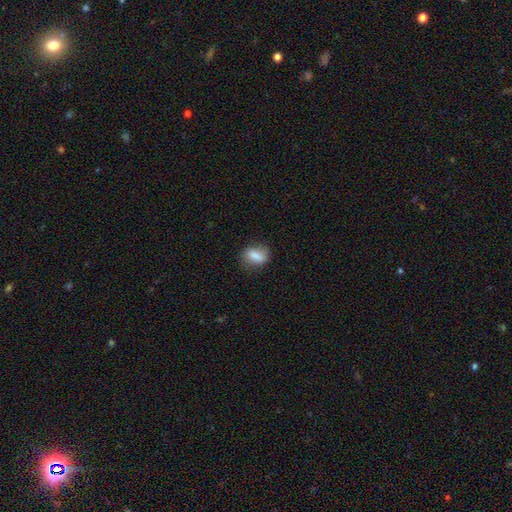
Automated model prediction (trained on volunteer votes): Smooth or featured?
  - smooth: 81% *
  - featured or disk: 11%
  - star or artifact: 8%
How rounded?
  - in between: 73% *
  - round: 22%
  - cigar-shaped: 5%
Merging?
  - none: 75% *
  - minor disturbance: 19%
  - major disturbance: 5%
  - merger: 2%